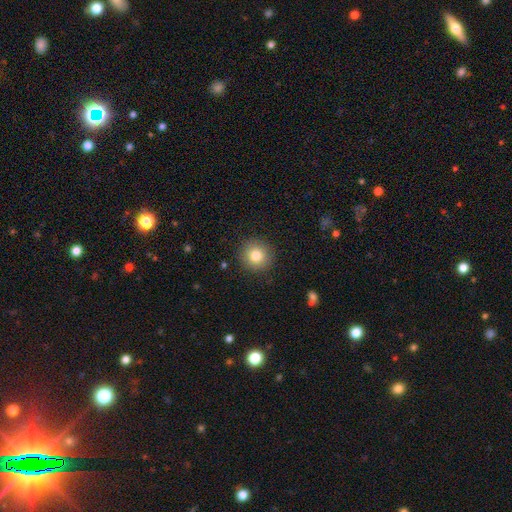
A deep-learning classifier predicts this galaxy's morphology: smooth_or_featured: smooth (p=0.80) [alt: star or artifact p=0.11]
how_rounded: round (p=0.94) [alt: in between p=0.05]
merging: none (p=0.90) [alt: minor disturbance p=0.06]